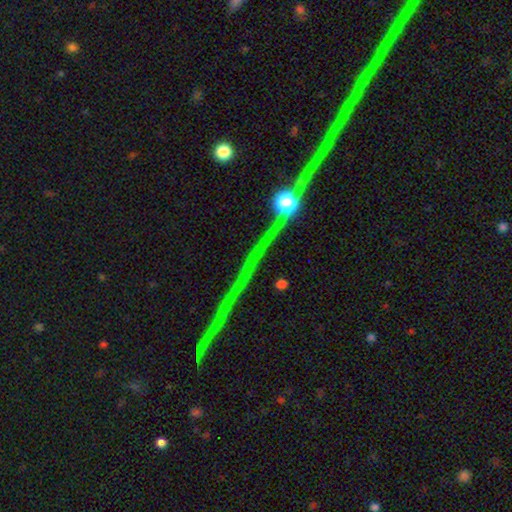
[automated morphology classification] A star or artifact, not a galaxy (71%).

Vote fractions:
- Smooth or featured? star or artifact: 71% / featured or disk: 22% / smooth: 7%